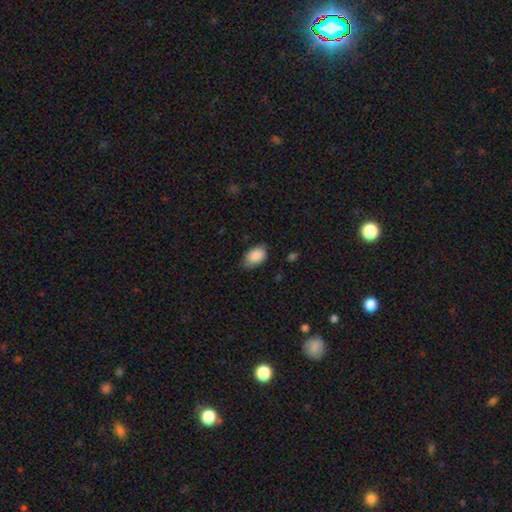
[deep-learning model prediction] Q: Smooth or featured?
A: smooth (89%); runner-up: star or artifact (7%)
Q: How rounded?
A: in between (88%); runner-up: round (11%)
Q: Merging?
A: none (73%); runner-up: minor disturbance (22%)